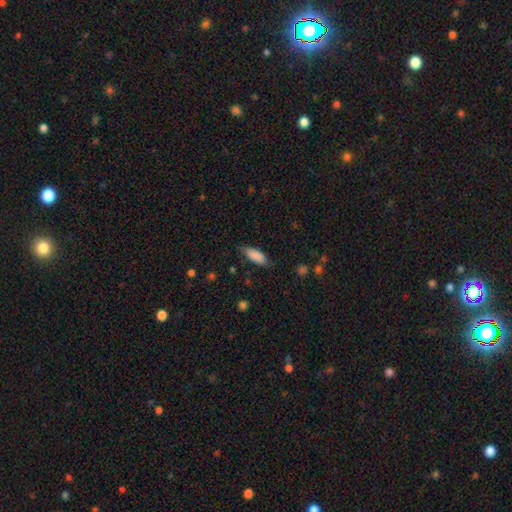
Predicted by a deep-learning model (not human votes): This is clearly a smooth galaxy (86%). How rounded: likely in between (73%). Merging: likely none (70%).